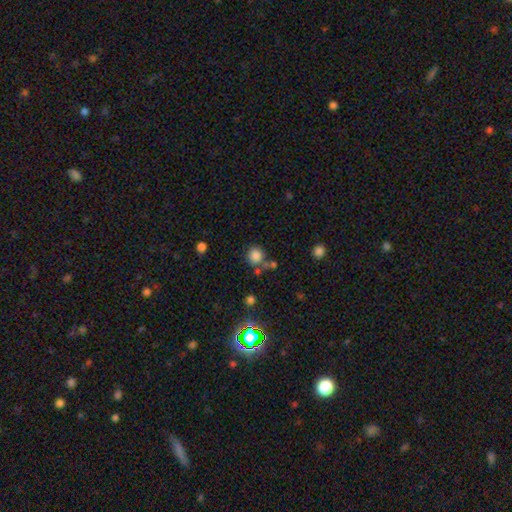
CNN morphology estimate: Smooth or featured: smooth — 80% (star or artifact — 14%)
How rounded: round — 88% (in between — 11%)
Merging: none — 69% (merger — 15%)